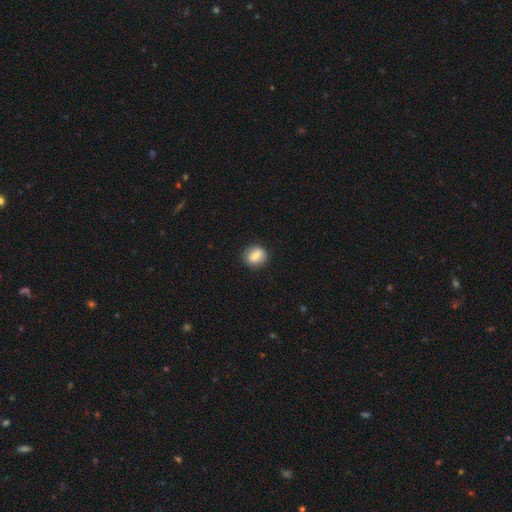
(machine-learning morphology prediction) A smooth galaxy with no disk features (79%) that is round (69%). Merging: none (87%).